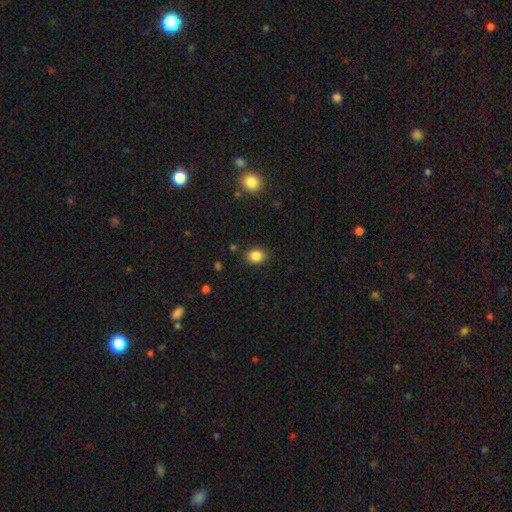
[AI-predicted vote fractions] Smooth or featured? Predicted: smooth (p=0.85). How rounded? Predicted: in between (p=0.53). Merging? Predicted: none (p=0.88).